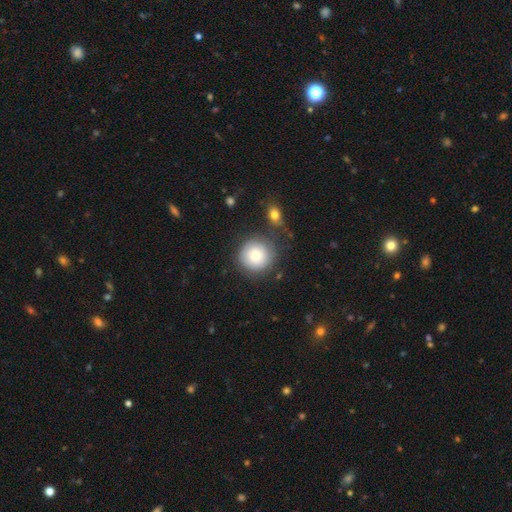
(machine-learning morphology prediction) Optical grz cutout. It shows a smooth galaxy with no disk features (80%) that is round (94%). Merging: none (76%).